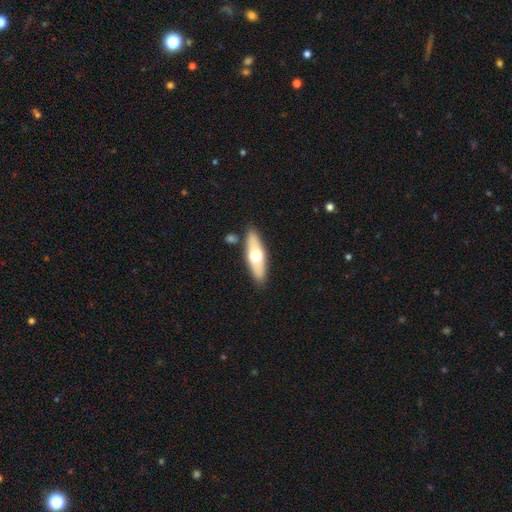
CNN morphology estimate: type=smooth (52%); roundness=cigar-shaped (50%); merging=none (83%).